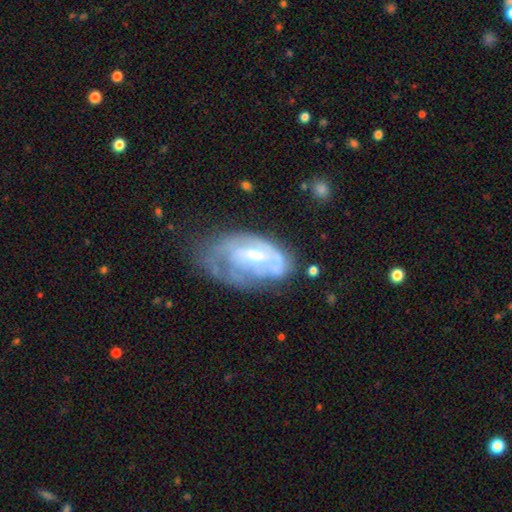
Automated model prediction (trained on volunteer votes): Smooth or featured? featured or disk (71%)
Edge-on disk? no (95%)
Bar? weak (46%)
Spiral arms? yes (70%)
Bulge size? small (51%)
Merging? none (37%)